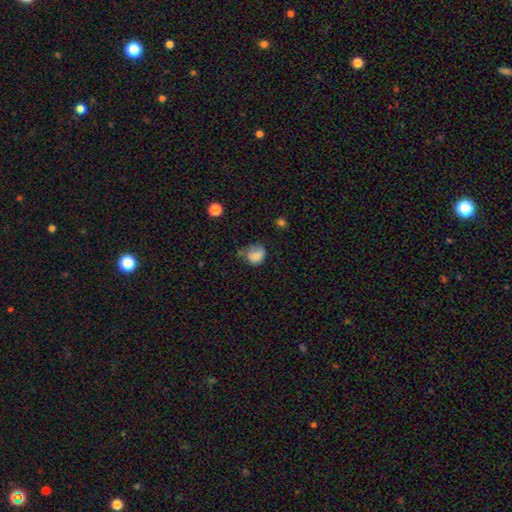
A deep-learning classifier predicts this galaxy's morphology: Smooth or featured?
  - smooth: 81% *
  - star or artifact: 10%
  - featured or disk: 9%
How rounded?
  - round: 55% *
  - in between: 44%
  - cigar-shaped: 1%
Merging?
  - none: 44% *
  - minor disturbance: 36%
  - major disturbance: 15%
  - merger: 5%